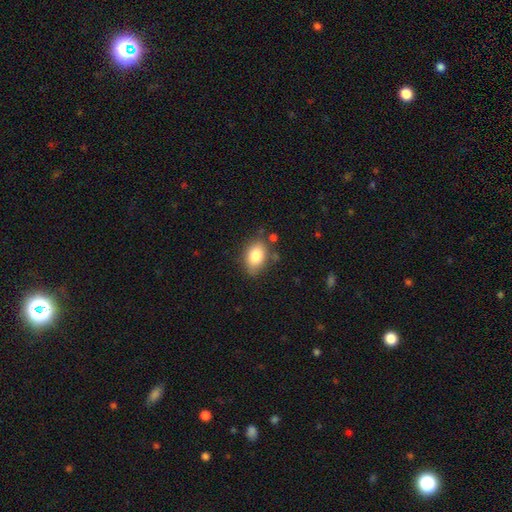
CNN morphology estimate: A smooth galaxy with no disk features (82%) that is in between round and cigar-shaped (83%).

Vote fractions:
- Smooth or featured? smooth: 82% / featured or disk: 10% / star or artifact: 8%
- How rounded? in between: 83% / round: 16% / cigar-shaped: 1%
- Merging? none: 75% / minor disturbance: 17% / major disturbance: 4% / merger: 4%